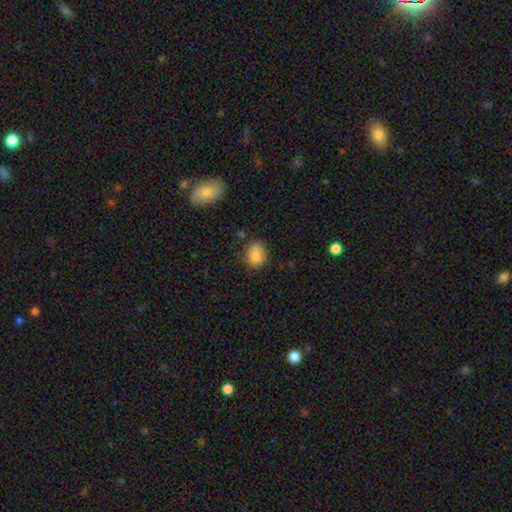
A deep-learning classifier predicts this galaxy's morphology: This appears to be a smooth galaxy with no disk features (82%) that is round (50%). Merging: none (69%).